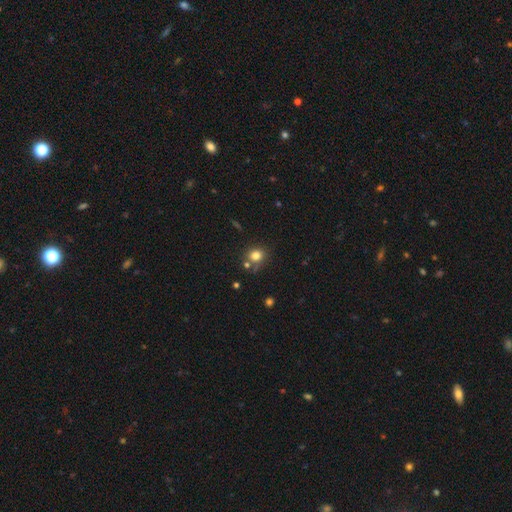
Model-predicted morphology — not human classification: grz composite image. It shows a smooth galaxy with no disk features (79%) that is round (78%). Merging: none (66%).